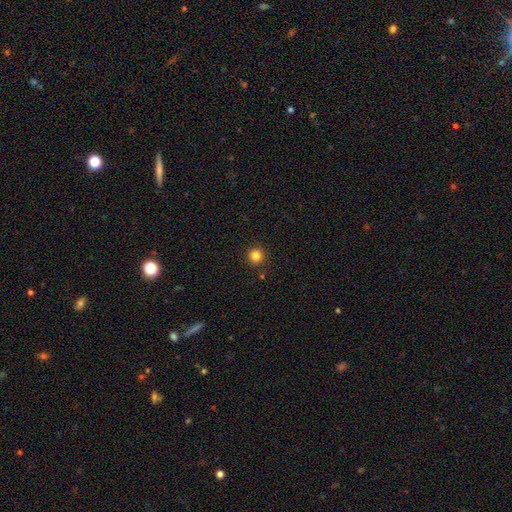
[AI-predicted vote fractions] This is clearly a smooth galaxy (83%). How rounded: clearly round (95%). Merging: clearly none (90%).